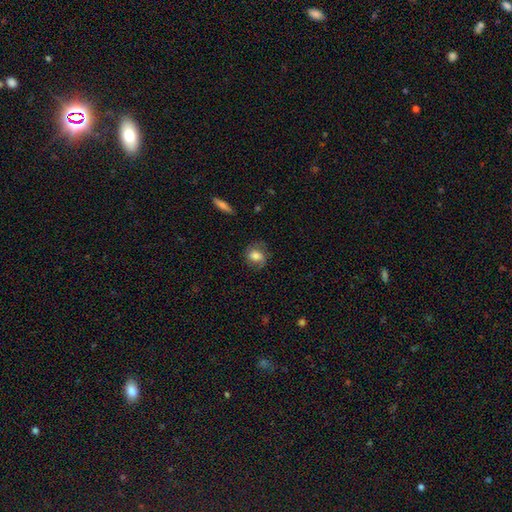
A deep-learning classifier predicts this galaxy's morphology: A smooth galaxy with no disk features (65%) that is round (57%). Merging: none (66%).